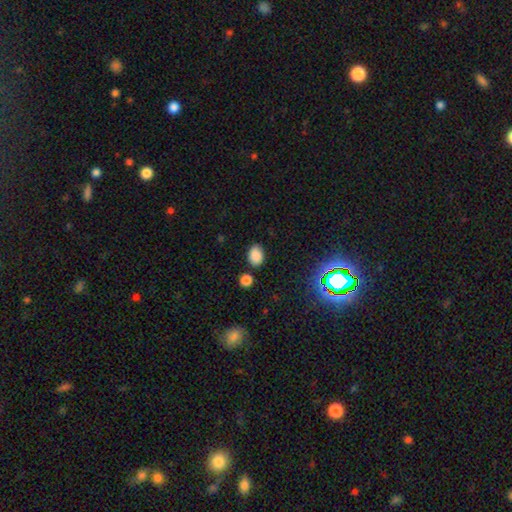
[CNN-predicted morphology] Smooth or featured? smooth (84%)
How rounded? in between (76%)
Merging? none (80%)